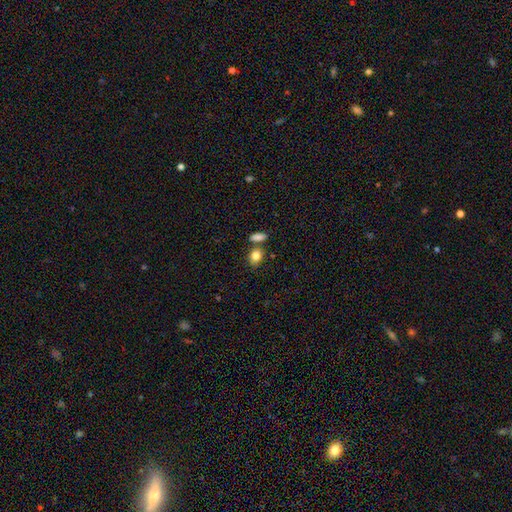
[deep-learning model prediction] Q: Smooth or featured?
A: smooth (85%); runner-up: star or artifact (9%)
Q: How rounded?
A: in between (64%); runner-up: round (34%)
Q: Merging?
A: none (64%); runner-up: merger (21%)